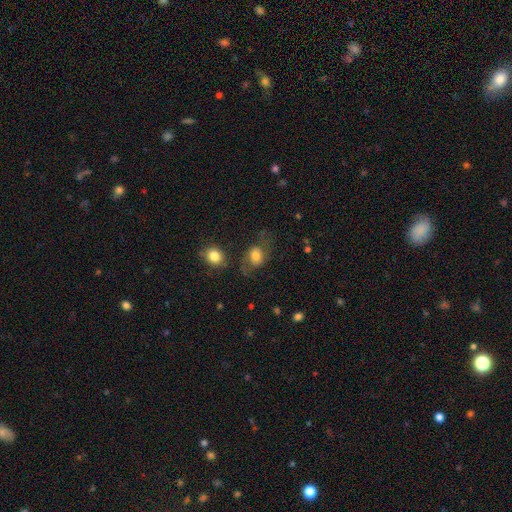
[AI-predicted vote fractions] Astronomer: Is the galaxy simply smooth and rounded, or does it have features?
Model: smooth — 55% (runner-up: featured or disk, 35%).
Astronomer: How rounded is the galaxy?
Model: in between — 58% (runner-up: round, 40%).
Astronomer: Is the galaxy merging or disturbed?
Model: none — 52%.